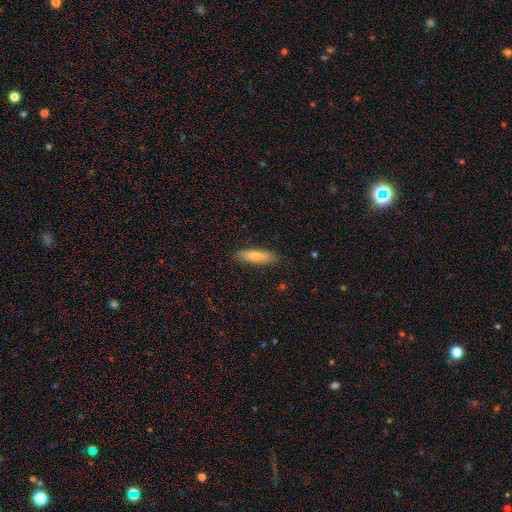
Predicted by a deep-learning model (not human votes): A smooth galaxy with no disk features (79%) that is cigar-shaped (68%). Merging: none (85%).